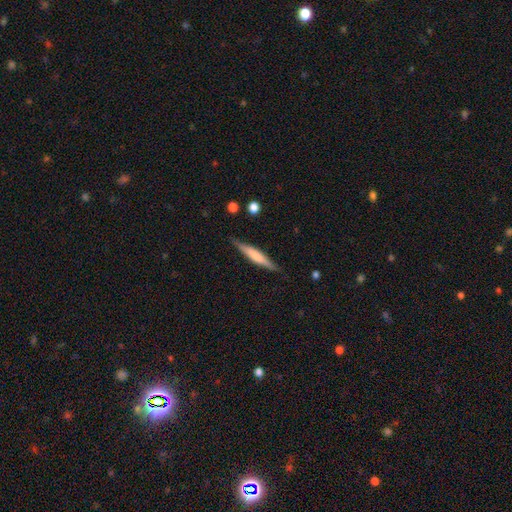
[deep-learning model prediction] A smooth galaxy with no disk features (50%).

Vote fractions:
- Smooth or featured? smooth: 50% / featured or disk: 45% / star or artifact: 6%
- Merging? none: 86% / minor disturbance: 11% / major disturbance: 2% / merger: 1%